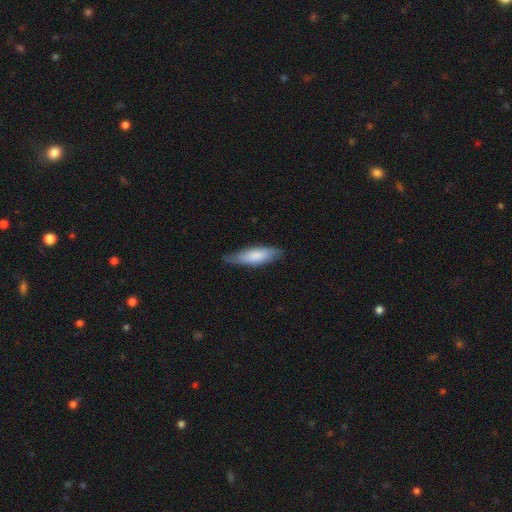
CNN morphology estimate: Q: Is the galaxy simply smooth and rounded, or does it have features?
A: smooth — 74%.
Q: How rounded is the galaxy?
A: cigar-shaped — 52%.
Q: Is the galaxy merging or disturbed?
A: none — 72%.